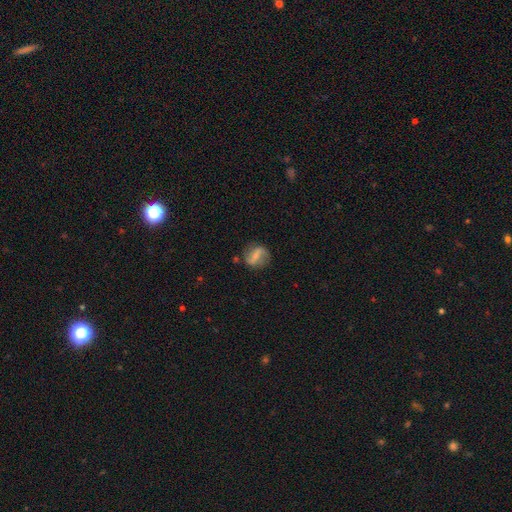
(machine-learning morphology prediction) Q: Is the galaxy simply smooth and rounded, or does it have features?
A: featured or disk — 59%.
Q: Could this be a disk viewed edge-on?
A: no — 94%.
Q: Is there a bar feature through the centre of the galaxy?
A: strong — 55%.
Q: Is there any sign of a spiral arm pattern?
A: yes — 74%.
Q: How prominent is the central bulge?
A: small — 48%.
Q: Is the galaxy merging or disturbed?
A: none — 71%.